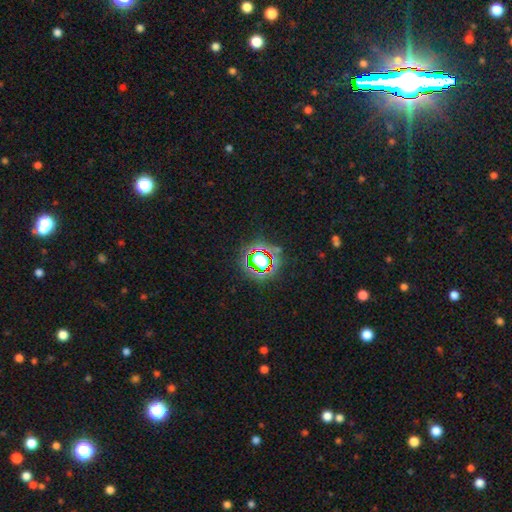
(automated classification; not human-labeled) A star or artifact, not a galaxy (74%).